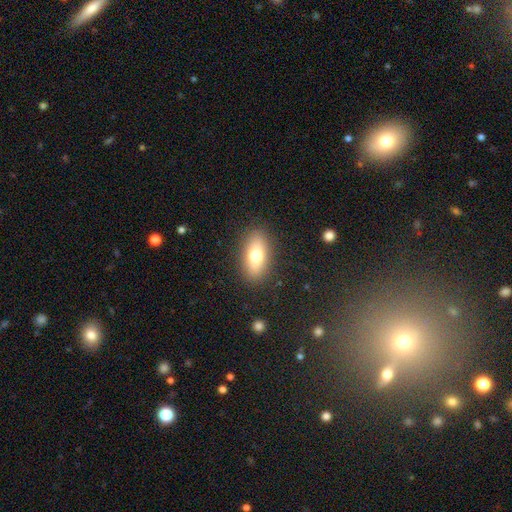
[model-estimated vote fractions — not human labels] Morphology: type=smooth (71%); roundness=in between (83%); merging=none (87%).